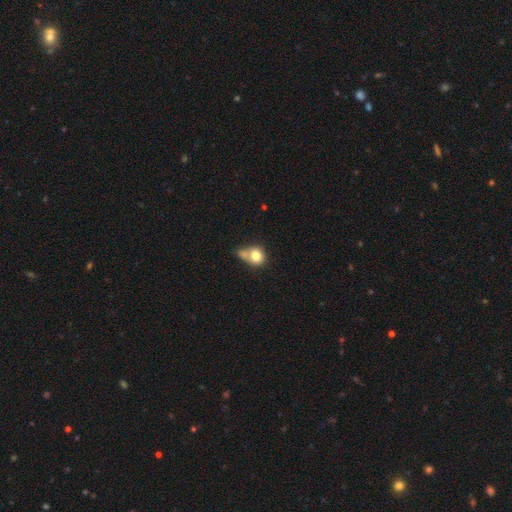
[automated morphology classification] Smooth or featured? Predicted: smooth (p=0.75). How rounded? Predicted: round (p=0.69). Merging? Predicted: merger (p=0.40).